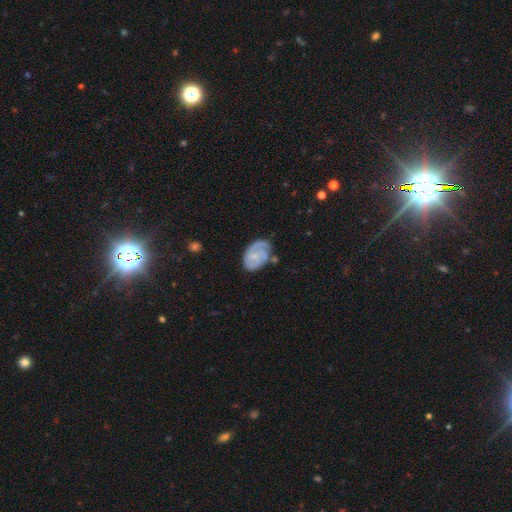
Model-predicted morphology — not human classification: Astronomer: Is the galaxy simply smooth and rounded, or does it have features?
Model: featured or disk — 71%.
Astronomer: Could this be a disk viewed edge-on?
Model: no — 97%.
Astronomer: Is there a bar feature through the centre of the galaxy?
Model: no — 54% (runner-up: weak, 40%).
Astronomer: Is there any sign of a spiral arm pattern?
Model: yes — 91%.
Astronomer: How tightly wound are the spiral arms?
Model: tight — 53% (runner-up: medium, 35%).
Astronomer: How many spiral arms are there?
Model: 2 — 48%.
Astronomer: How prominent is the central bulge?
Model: small — 58%.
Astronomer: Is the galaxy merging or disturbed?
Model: none — 52% (runner-up: minor disturbance, 29%).